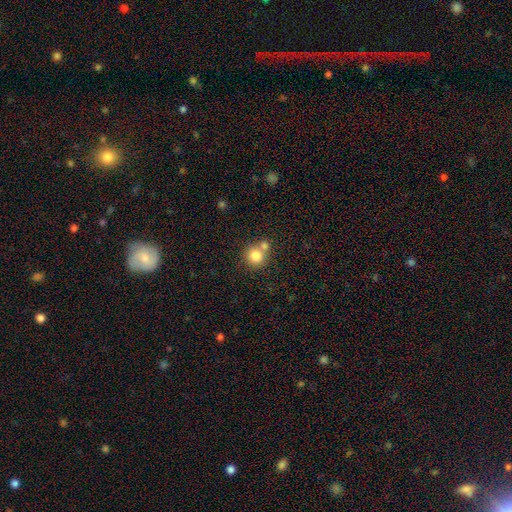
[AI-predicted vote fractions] This appears to be a smooth galaxy with no disk features (81%) that is round (88%). Merging: none (51%).